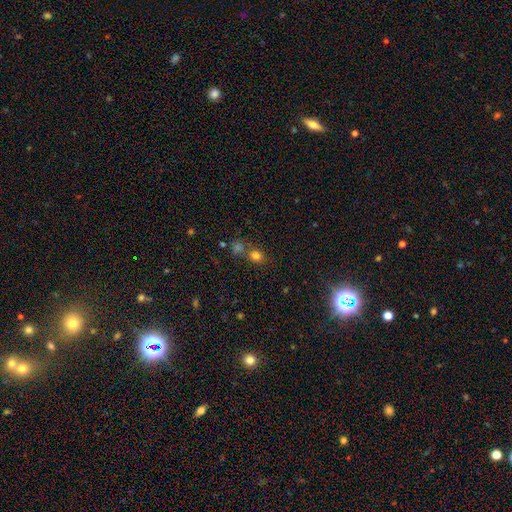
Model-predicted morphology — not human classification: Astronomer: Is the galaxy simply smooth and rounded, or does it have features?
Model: smooth — 76%.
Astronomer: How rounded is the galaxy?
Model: round — 76%.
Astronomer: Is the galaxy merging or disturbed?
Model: none — 67%.